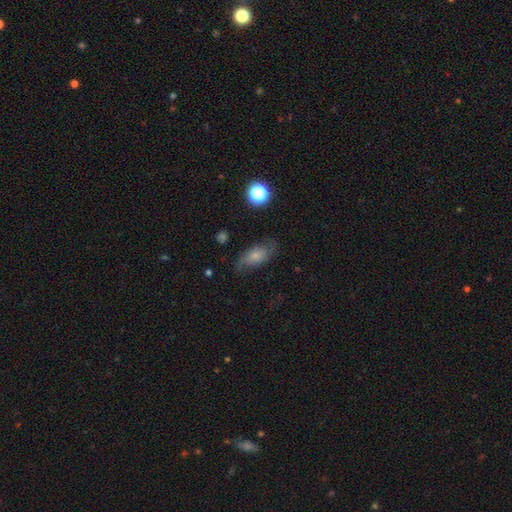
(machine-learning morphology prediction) Smooth or featured? smooth (59%)
How rounded? in between (84%)
Merging? none (68%)